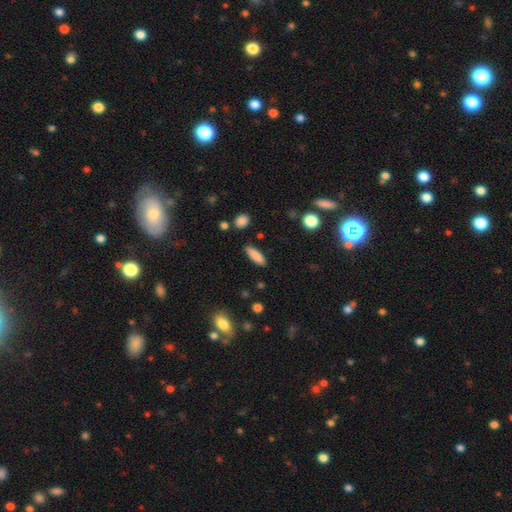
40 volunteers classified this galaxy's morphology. This appears to be a smooth galaxy with no disk features (90%) that is cigar-shaped (56%). Merging: none (89%).